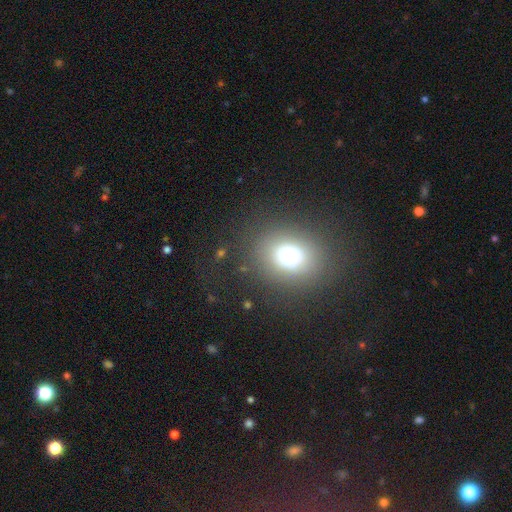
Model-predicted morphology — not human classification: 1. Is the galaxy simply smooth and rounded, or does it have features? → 72% smooth, 18% star or artifact, 10% featured or disk.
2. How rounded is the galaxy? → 51% round, 48% in between, 1% cigar-shaped.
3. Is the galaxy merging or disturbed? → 84% none, 10% minor disturbance, 5% major disturbance, 1% merger.